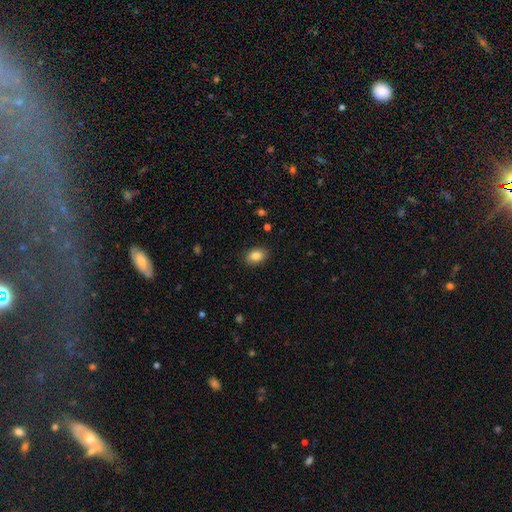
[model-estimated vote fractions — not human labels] Smooth or featured: smooth — 87% (star or artifact — 8%)
How rounded: in between — 80% (round — 19%)
Merging: none — 88% (minor disturbance — 9%)